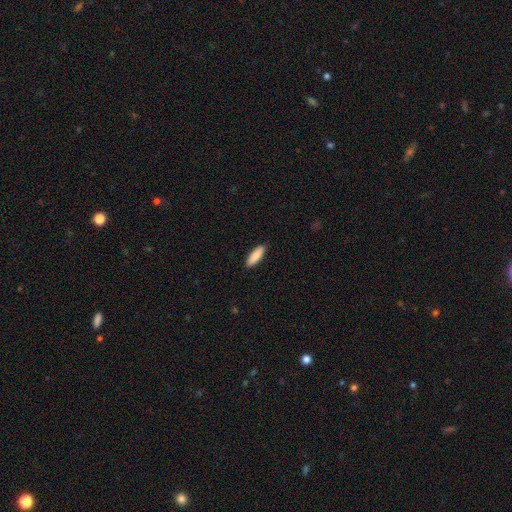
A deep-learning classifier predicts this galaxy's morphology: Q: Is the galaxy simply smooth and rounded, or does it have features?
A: smooth — 84%.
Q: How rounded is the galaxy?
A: in between — 52%.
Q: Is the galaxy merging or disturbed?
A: none — 90%.